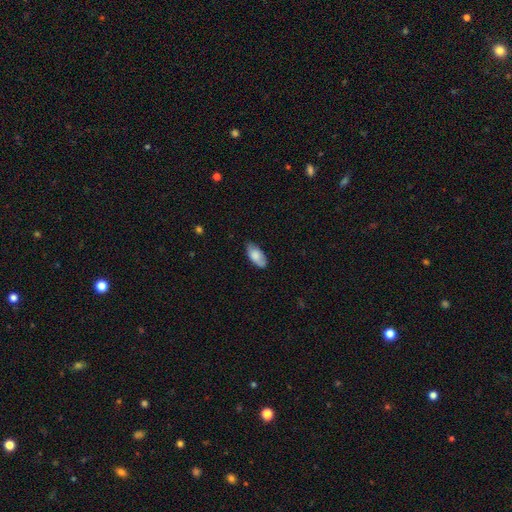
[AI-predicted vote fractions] Smooth or featured? Predicted: smooth (p=0.79). How rounded? Predicted: in between (p=0.93). Merging? Predicted: none (p=0.73).